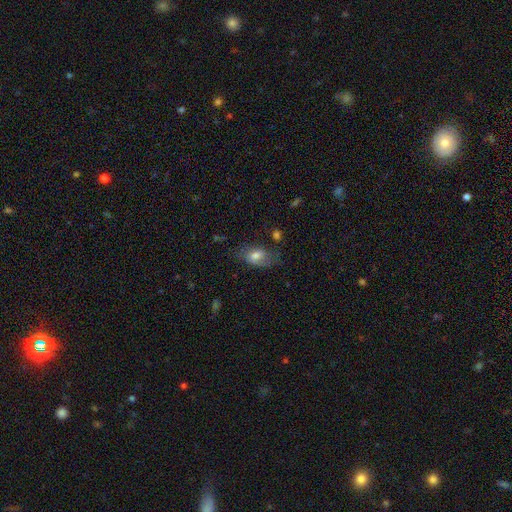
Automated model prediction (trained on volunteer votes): Smooth or featured? Predicted: smooth (p=0.65). How rounded? Predicted: in between (p=0.86). Merging? Predicted: none (p=0.55).